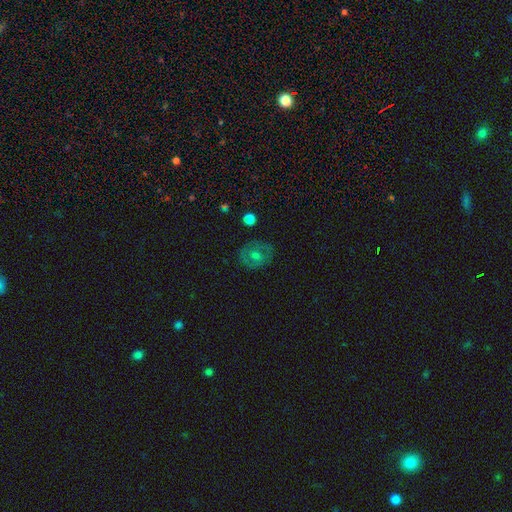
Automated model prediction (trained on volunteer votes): This is possibly a featured or disk galaxy (47%). Merging: clearly none (80%).